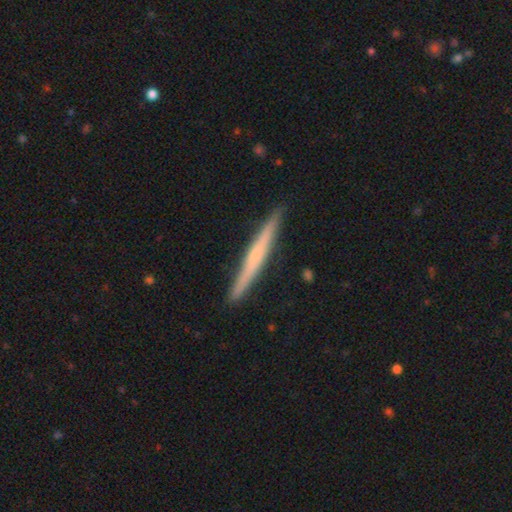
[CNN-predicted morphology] A featured or disk galaxy (55%) viewed edge-on (97%) with no central bulge (58%). Merging: none (91%).